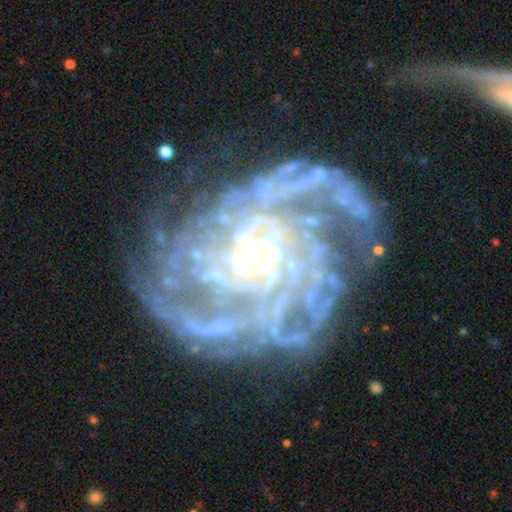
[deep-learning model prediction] Smooth or featured? featured or disk (86%)
Edge-on disk? no (98%)
Bar? no (72%)
Spiral arms? yes (92%)
Spiral winding? tight (63%)
Spiral arm count? can't tell (29%)
Bulge size? small (81%)
Merging? none (54%)